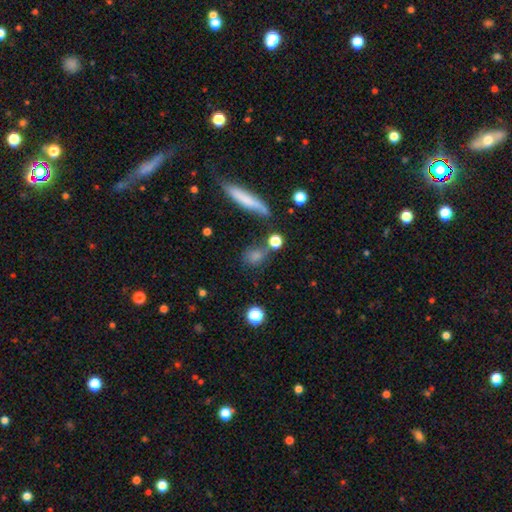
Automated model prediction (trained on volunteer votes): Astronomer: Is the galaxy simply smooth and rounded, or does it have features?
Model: smooth — 73%.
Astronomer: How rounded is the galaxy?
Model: round — 53% (runner-up: in between, 35%).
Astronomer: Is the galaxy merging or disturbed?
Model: none — 61%.